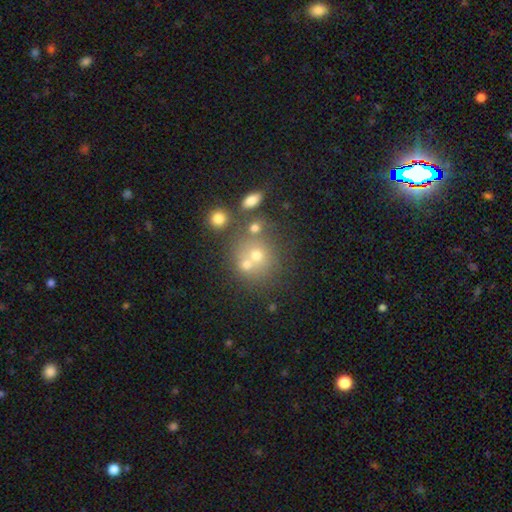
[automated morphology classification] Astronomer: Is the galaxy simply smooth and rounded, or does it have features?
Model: smooth — 61%.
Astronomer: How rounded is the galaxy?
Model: round — 82%.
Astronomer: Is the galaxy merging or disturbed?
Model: none — 46% (runner-up: merger, 40%).